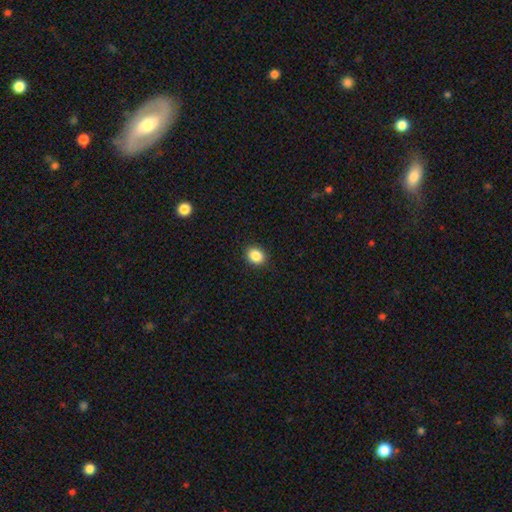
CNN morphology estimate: Smooth or featured? Predicted: smooth (p=0.87). How rounded? Predicted: round (p=0.52). Merging? Predicted: none (p=0.91).